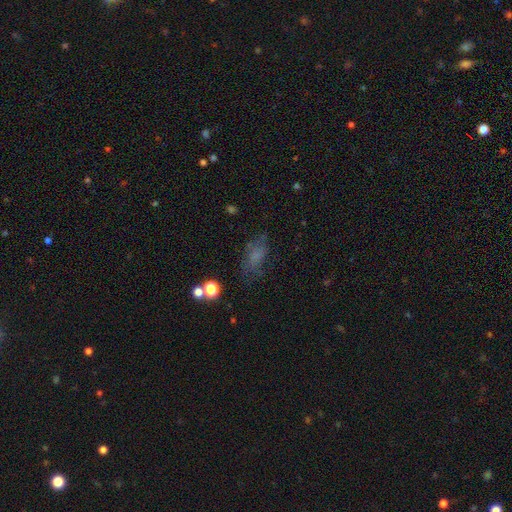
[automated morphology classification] smooth 56%, featured or disk 23%, star or artifact 21%. Down the decision tree: how rounded — in between (80%); merging — none (60%).